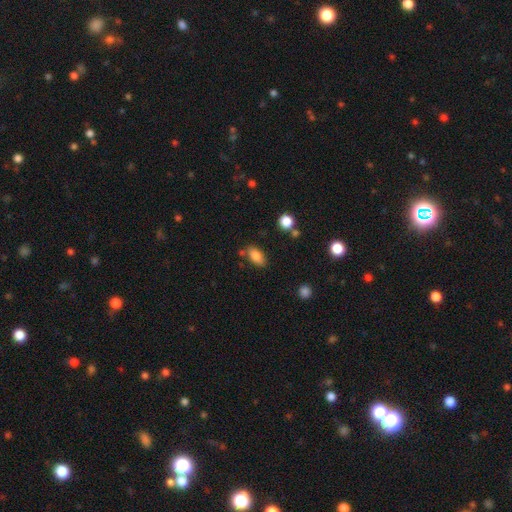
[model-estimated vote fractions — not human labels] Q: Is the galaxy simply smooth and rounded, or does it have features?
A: smooth — 83%.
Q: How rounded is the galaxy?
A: in between — 89%.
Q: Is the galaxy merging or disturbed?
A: none — 73%.